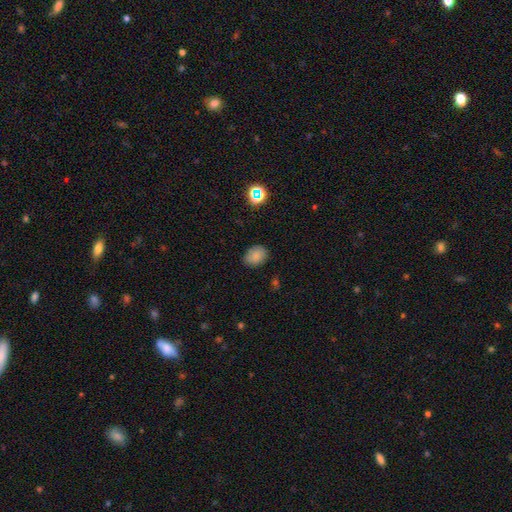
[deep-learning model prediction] A smooth galaxy with no disk features (82%) that is in between round and cigar-shaped (64%). Merging: none (83%).